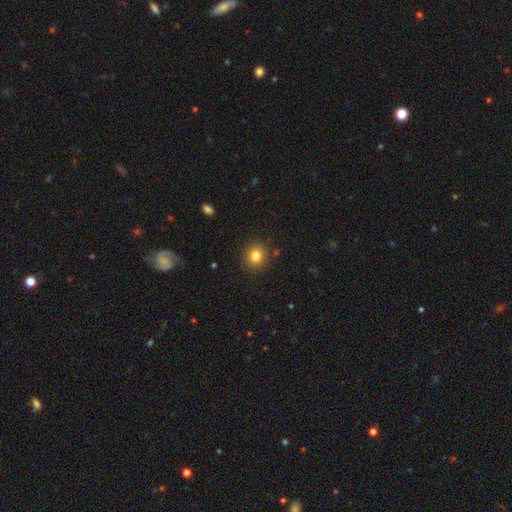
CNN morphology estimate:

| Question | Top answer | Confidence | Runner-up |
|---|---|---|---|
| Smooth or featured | smooth | 82% | star or artifact (12%) |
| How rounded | round | 86% | in between (13%) |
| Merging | none | 89% | minor disturbance (7%) |